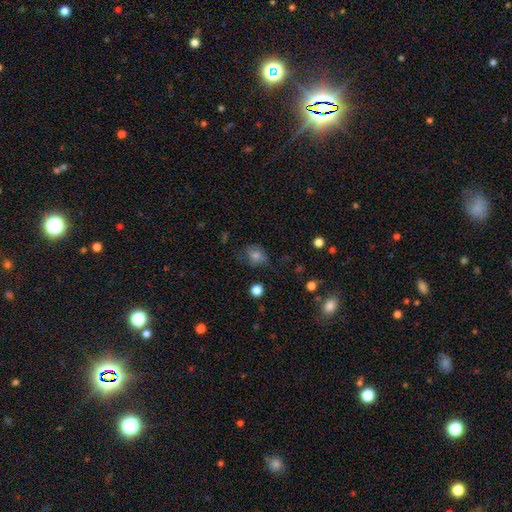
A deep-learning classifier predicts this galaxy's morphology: smooth 61%, featured or disk 20%, star or artifact 19%. Down the decision tree: how rounded — round (58%); merging — none (60%).